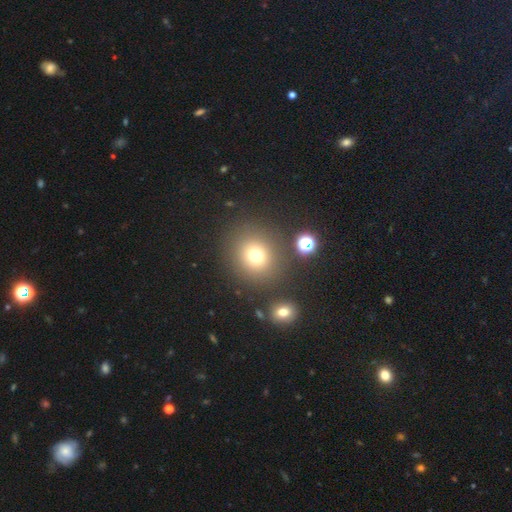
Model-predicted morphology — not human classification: A smooth galaxy with no disk features (73%) that is round (85%). Merging: none (81%).